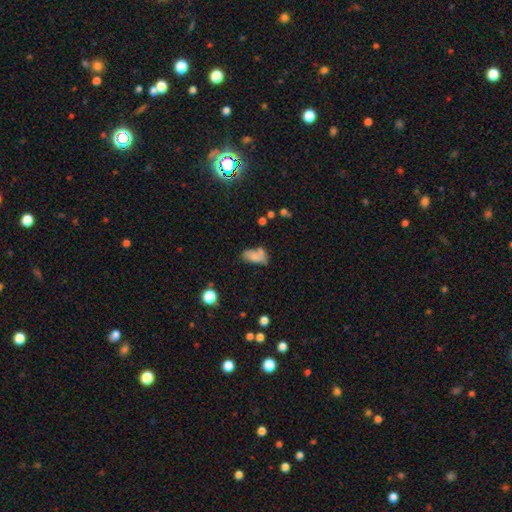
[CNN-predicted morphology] Overall: smooth (68%). How rounded: in between (90%). Merging: none (41%; minor disturbance 25%).